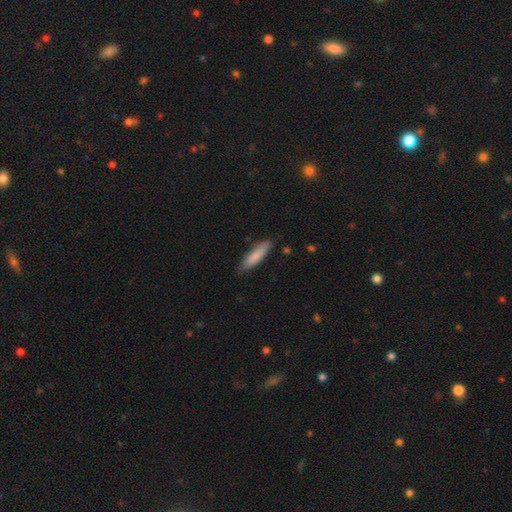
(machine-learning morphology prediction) Q: Smooth or featured?
A: smooth (82%); runner-up: featured or disk (12%)
Q: How rounded?
A: cigar-shaped (76%); runner-up: in between (22%)
Q: Merging?
A: none (79%); runner-up: minor disturbance (17%)